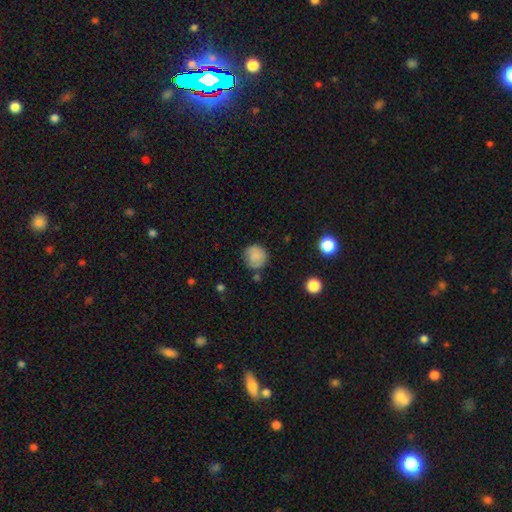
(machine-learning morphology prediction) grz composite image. It shows a smooth galaxy with no disk features (83%) that is round (88%). Merging: none (74%).